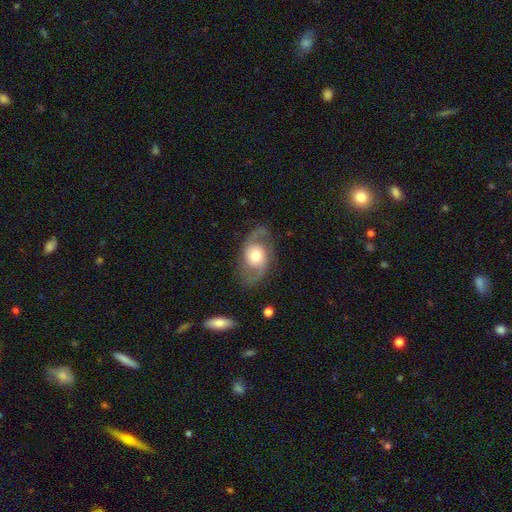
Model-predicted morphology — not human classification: A featured or disk galaxy (82%) with no bar (68%), 2 (93%) medium (49%) spiral arms (93%) and a moderate central bulge (63%). Merging: none (78%).